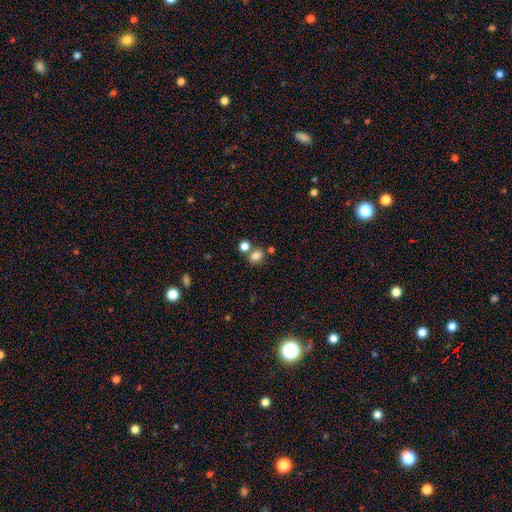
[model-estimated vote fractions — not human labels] Smooth or featured: smooth — 80% (star or artifact — 13%)
How rounded: round — 52% (in between — 47%)
Merging: none — 57% (merger — 28%)